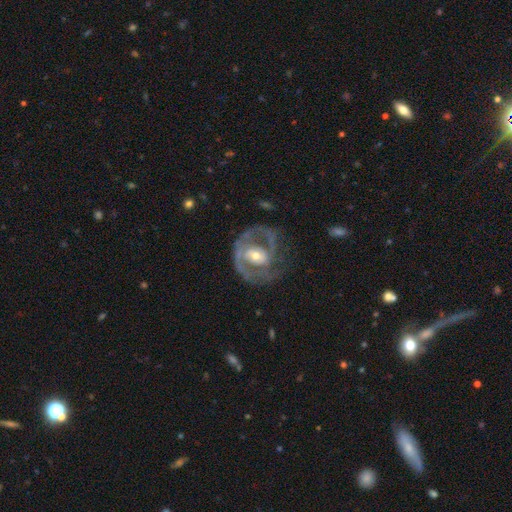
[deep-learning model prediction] smooth-or-featured: featured or disk: 83% | smooth: 11% | star or artifact: 5%
  disk-edge-on: no: 97% | yes: 3%
    bar: no: 51% | weak: 35% | strong: 14%
    has-spiral-arms: yes: 83% | no: 17%
      spiral-winding: tight: 43% | medium: 42% | loose: 14%
      spiral-arm-count: 2: 57% | can't tell: 17% | 1: 15% | 3: 7% | 4: 2% | more than 4: 2%
    bulge-size: moderate: 56% | small: 36% | large: 6% | none: 1% | dominant: 1%
  merging: none: 58% | major disturbance: 22% | minor disturbance: 18% | merger: 2%